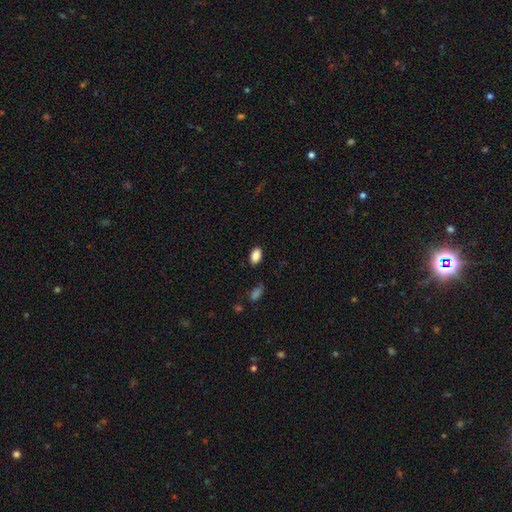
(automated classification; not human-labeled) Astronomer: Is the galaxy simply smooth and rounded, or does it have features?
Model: smooth — 88%.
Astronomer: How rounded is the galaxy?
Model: in between — 90%.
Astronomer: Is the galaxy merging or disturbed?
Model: none — 84%.